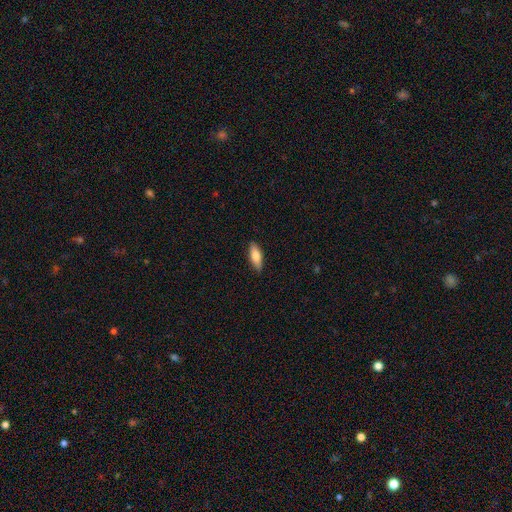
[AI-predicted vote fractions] The model was most divided on "how rounded": in between: 67%, cigar-shaped: 30%, round: 2%. More confident: merging — none (87%); smooth or featured — smooth (77%).